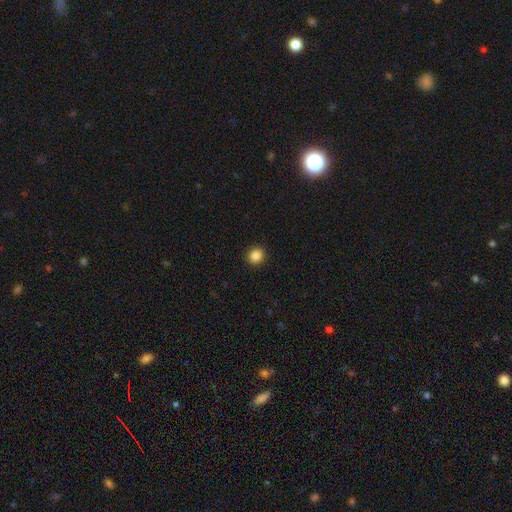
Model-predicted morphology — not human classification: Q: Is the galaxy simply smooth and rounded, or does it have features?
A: smooth — 86%.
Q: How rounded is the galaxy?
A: round — 81%.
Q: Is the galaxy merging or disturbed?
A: none — 92%.